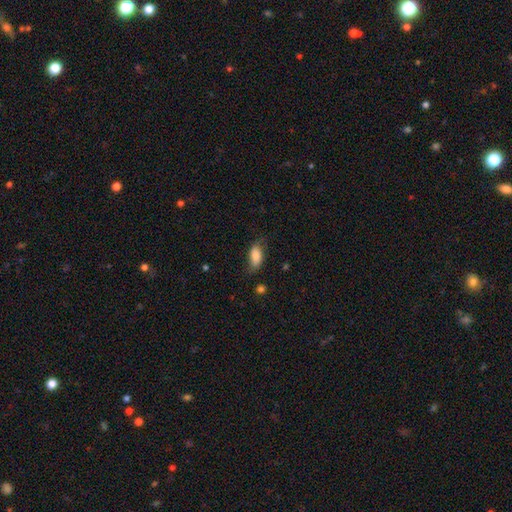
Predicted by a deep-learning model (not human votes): Q: Smooth or featured?
A: smooth (79%); runner-up: featured or disk (14%)
Q: How rounded?
A: in between (89%); runner-up: cigar-shaped (8%)
Q: Merging?
A: none (63%); runner-up: minor disturbance (27%)